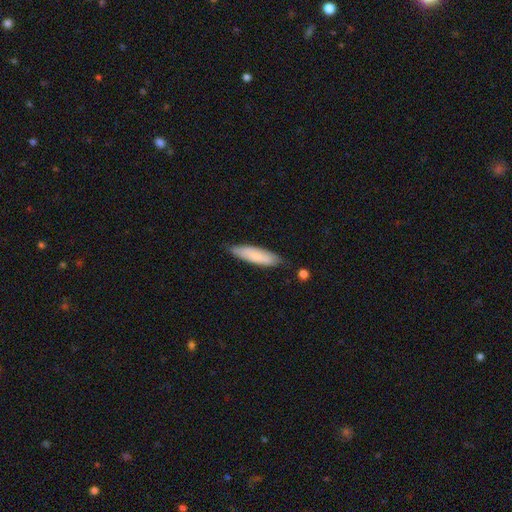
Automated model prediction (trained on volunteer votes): smooth_or_featured: smooth (p=0.75) [alt: featured or disk p=0.19]
how_rounded: cigar-shaped (p=0.65) [alt: in between p=0.34]
merging: none (p=0.78) [alt: minor disturbance p=0.17]